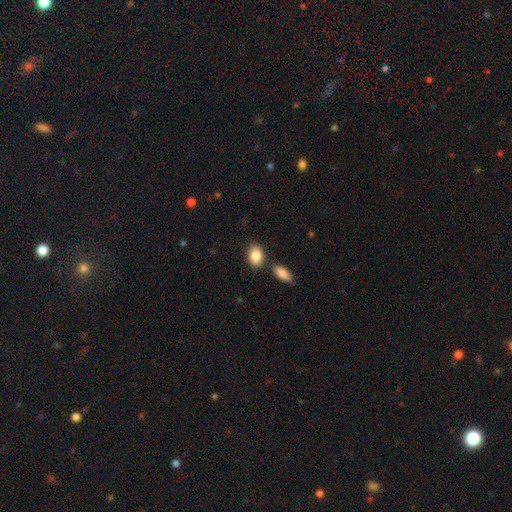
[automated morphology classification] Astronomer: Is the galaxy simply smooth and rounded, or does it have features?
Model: smooth — 86%.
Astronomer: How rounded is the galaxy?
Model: in between — 84%.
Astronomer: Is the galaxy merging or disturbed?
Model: none — 73%.